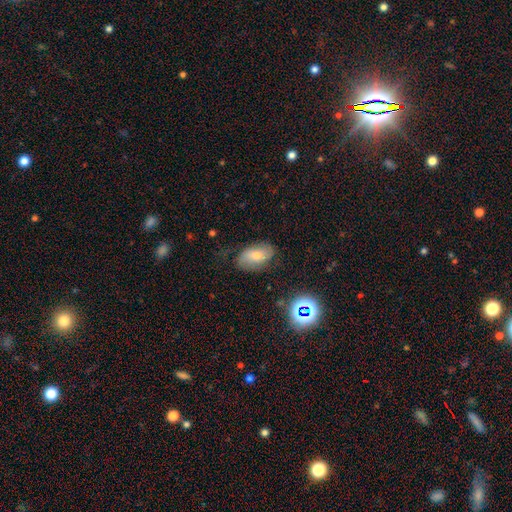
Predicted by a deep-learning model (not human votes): smooth_or_featured: smooth (p=0.61) [alt: featured or disk p=0.29]
how_rounded: in between (p=0.92) [alt: round p=0.05]
merging: none (p=0.70) [alt: minor disturbance p=0.21]